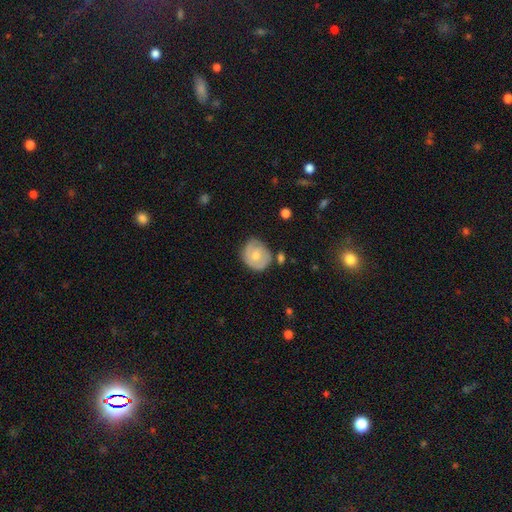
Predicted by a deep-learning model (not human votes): This appears to be a smooth galaxy with no disk features (55%) that is round (71%). Merging: none (61%).